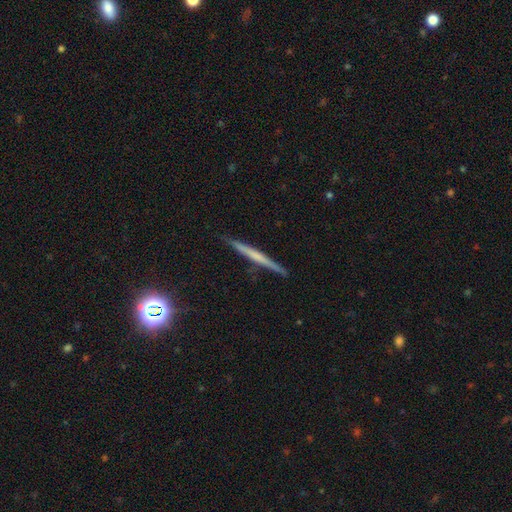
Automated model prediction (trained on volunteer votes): This appears to be a featured or disk galaxy (56%) viewed edge-on (98%) with no central bulge (69%). Merging: none (90%).